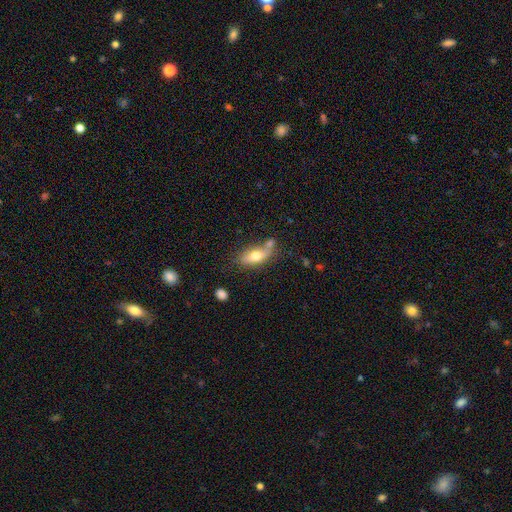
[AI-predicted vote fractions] The model was most divided on "merging": none: 48%, merger: 23%, minor disturbance: 21%, major disturbance: 8%. More confident: how rounded — in between (79%); smooth or featured — smooth (68%).